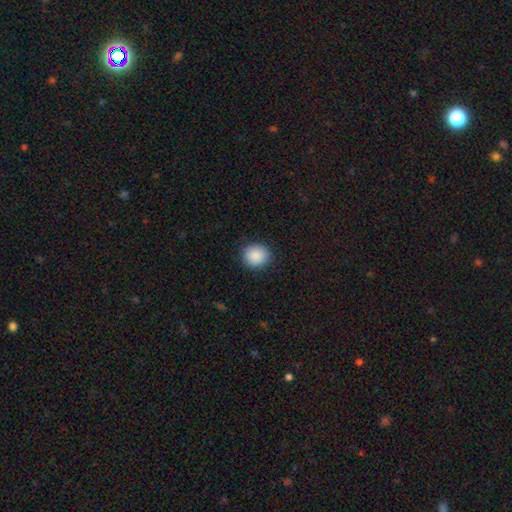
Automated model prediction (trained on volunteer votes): Smooth or featured?
  - smooth: 89% *
  - star or artifact: 8%
  - featured or disk: 3%
How rounded?
  - round: 87% *
  - in between: 13%
  - cigar-shaped: 1%
Merging?
  - none: 89% *
  - minor disturbance: 8%
  - major disturbance: 2%
  - merger: 1%